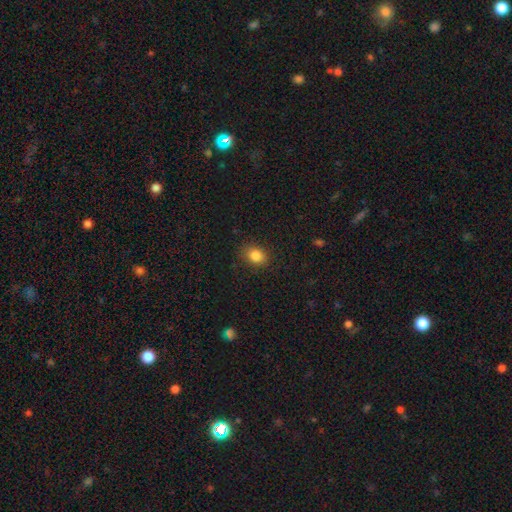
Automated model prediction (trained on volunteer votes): Smooth or featured? smooth (84%)
How rounded? in between (51%)
Merging? none (86%)